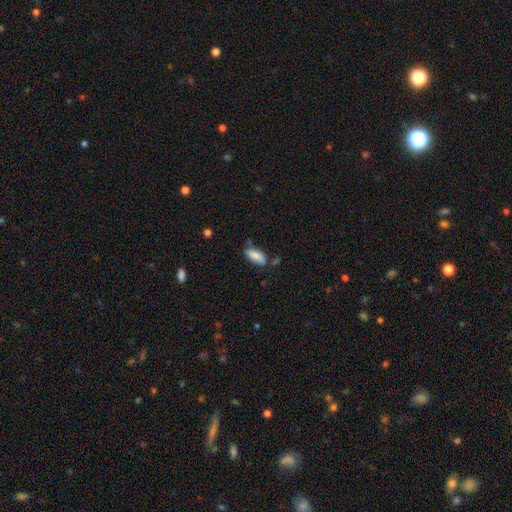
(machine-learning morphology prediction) smooth_or_featured: smooth (p=0.85) [alt: featured or disk p=0.08]
how_rounded: in between (p=0.75) [alt: cigar-shaped p=0.23]
merging: none (p=0.71) [alt: minor disturbance p=0.19]